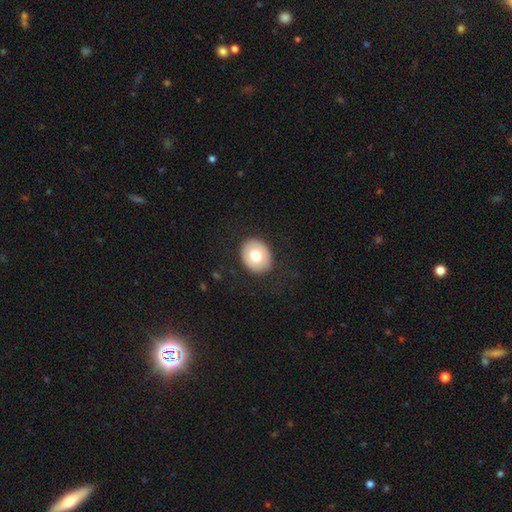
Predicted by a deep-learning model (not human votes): A smooth galaxy with no disk features (71%) that is round (55%).

Vote fractions:
- Smooth or featured? smooth: 71% / featured or disk: 22% / star or artifact: 7%
- How rounded? round: 55% / in between: 44% / cigar-shaped: 1%
- Merging? none: 86% / minor disturbance: 10% / major disturbance: 3% / merger: 1%